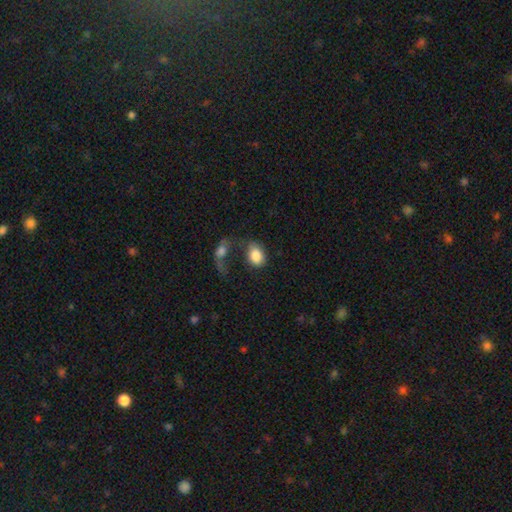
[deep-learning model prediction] Q: Smooth or featured?
A: smooth (84%); runner-up: featured or disk (9%)
Q: How rounded?
A: in between (76%); runner-up: round (23%)
Q: Merging?
A: none (36%); runner-up: merger (27%)